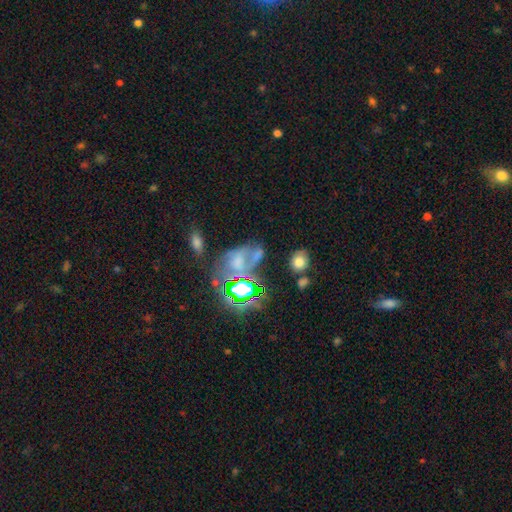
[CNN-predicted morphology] This is marginally a star or artifact rather than a galaxy (37%).